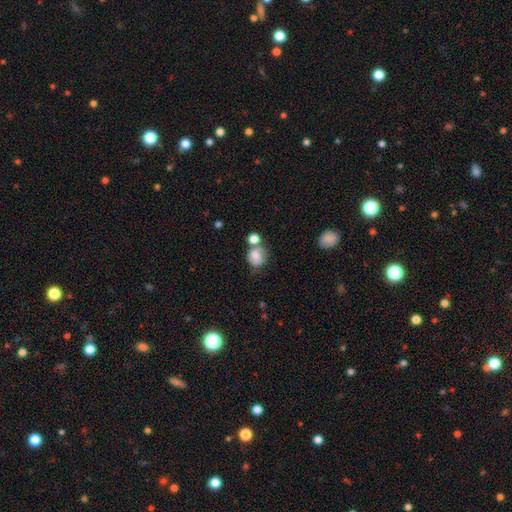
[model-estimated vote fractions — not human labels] smooth-or-featured: smooth: 78% | featured or disk: 13% | star or artifact: 10%
  how-rounded: round: 67% | in between: 32% | cigar-shaped: 1%
  merging: none: 43% | merger: 33% | minor disturbance: 17% | major disturbance: 7%